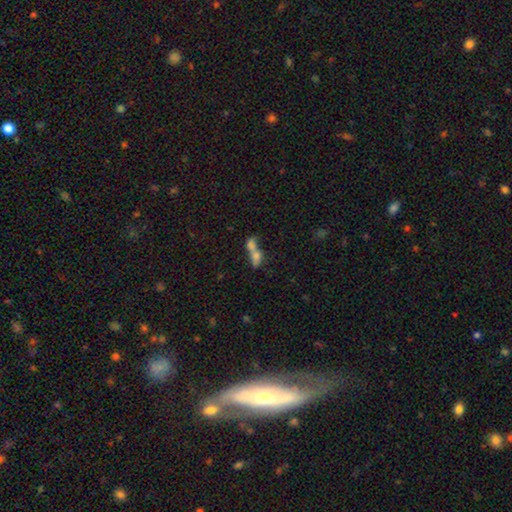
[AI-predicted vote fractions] Smooth or featured: smooth — 62% (featured or disk — 25%)
How rounded: in between — 63% (cigar-shaped — 21%)
Merging: merger — 70% (none — 16%)